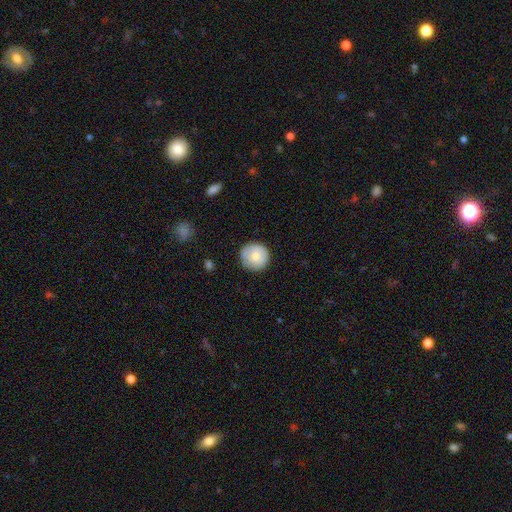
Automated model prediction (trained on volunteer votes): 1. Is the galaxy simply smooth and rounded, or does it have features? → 80% smooth, 14% featured or disk, 7% star or artifact.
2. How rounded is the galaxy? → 94% round, 5% in between, 1% cigar-shaped.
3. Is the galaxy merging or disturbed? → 86% none, 11% minor disturbance, 2% major disturbance, 1% merger.